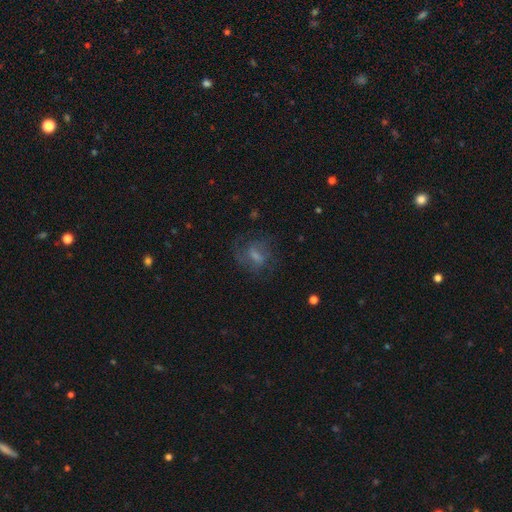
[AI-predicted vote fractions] Smooth or featured?
  - featured or disk: 50% *
  - smooth: 38%
  - star or artifact: 13%
Merging?
  - none: 57% *
  - major disturbance: 21%
  - minor disturbance: 20%
  - merger: 2%